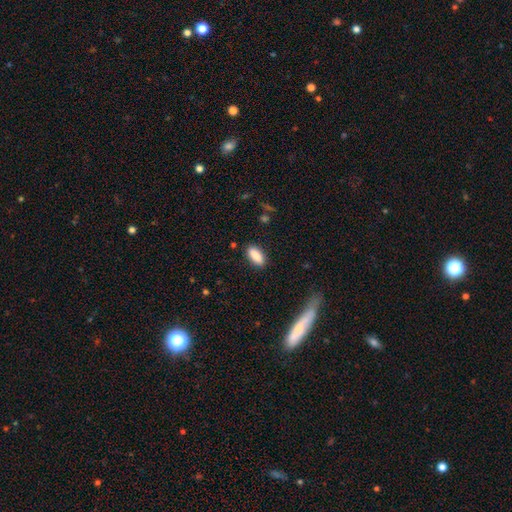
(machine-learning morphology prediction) A smooth galaxy with no disk features (87%) that is in between round and cigar-shaped (82%). Merging: none (87%).